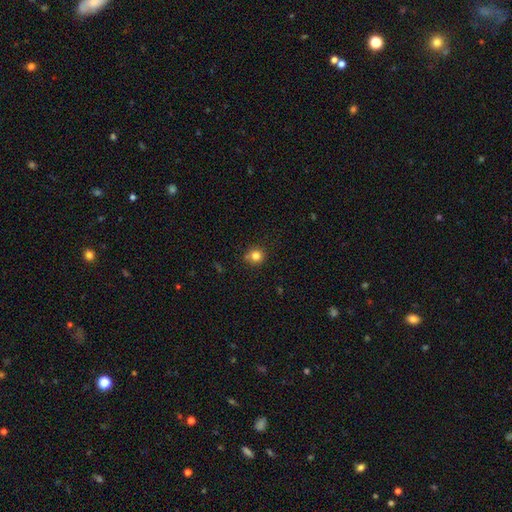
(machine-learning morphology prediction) Smooth or featured? Predicted: smooth (p=0.81). How rounded? Predicted: round (p=0.90). Merging? Predicted: none (p=0.81).